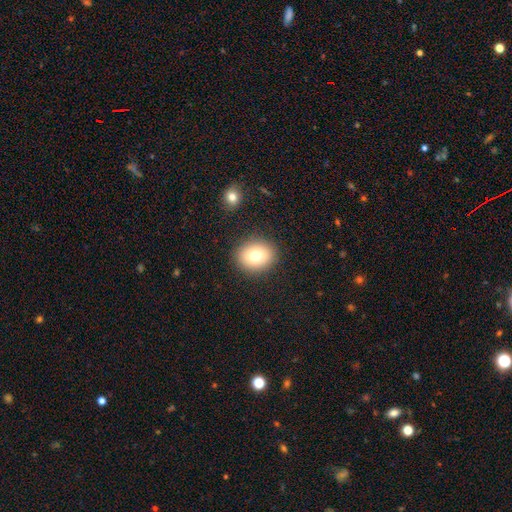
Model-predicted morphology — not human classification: The model was most divided on "how rounded": round: 61%, in between: 38%, cigar-shaped: 1%. More confident: merging — none (88%); smooth or featured — smooth (76%).